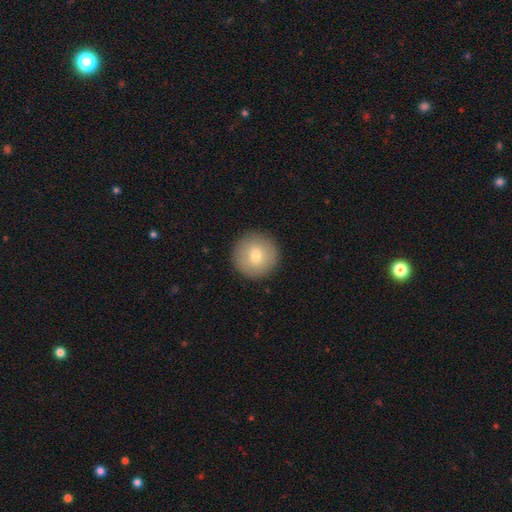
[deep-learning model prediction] This is likely a smooth galaxy (76%). How rounded: clearly round (96%). Merging: clearly none (92%).